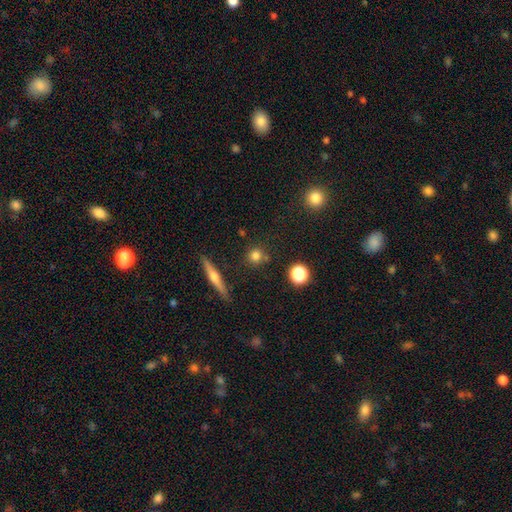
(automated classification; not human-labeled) A smooth galaxy with no disk features (75%) that is round (89%). Merging: none (80%).